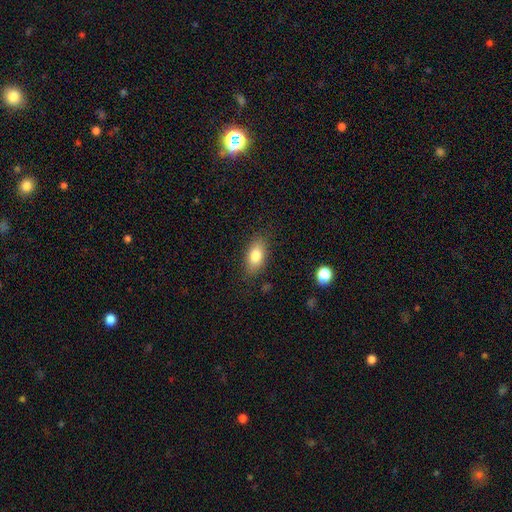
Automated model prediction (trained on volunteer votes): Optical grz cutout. It shows a smooth galaxy with no disk features (80%) that is in between round and cigar-shaped (87%). Merging: none (84%).